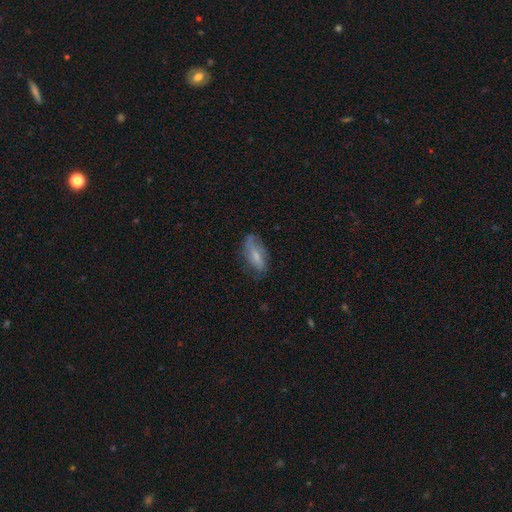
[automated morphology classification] A smooth galaxy with no disk features (58%) that is in between round and cigar-shaped (81%). Merging: none (60%).